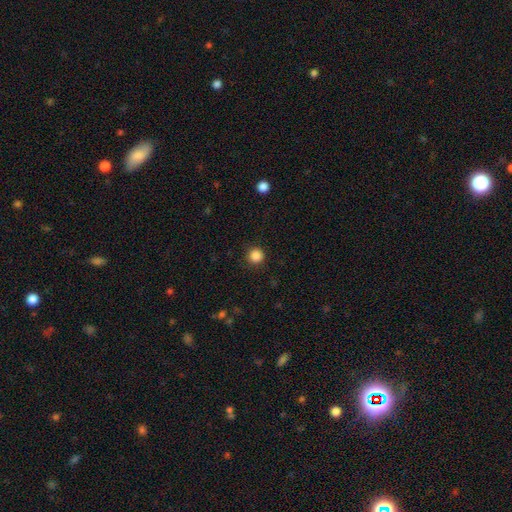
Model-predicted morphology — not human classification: Smooth or featured?
  - smooth: 86% *
  - star or artifact: 11%
  - featured or disk: 3%
How rounded?
  - round: 96% *
  - in between: 3%
  - cigar-shaped: 1%
Merging?
  - none: 91% *
  - minor disturbance: 6%
  - major disturbance: 2%
  - merger: 1%